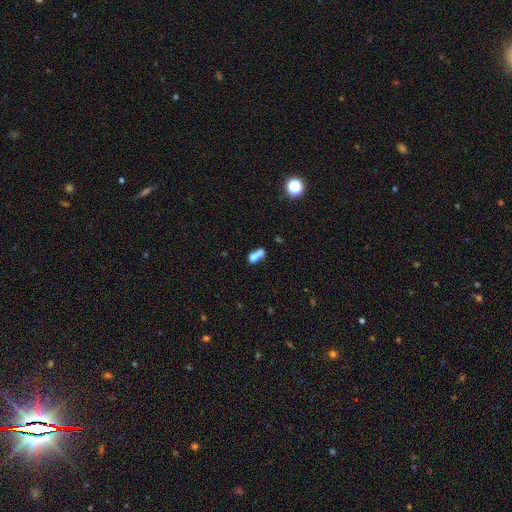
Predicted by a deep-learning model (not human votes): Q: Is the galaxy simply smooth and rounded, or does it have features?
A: smooth — 74%.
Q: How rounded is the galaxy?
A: in between — 61%.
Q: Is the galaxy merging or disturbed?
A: none — 42%.